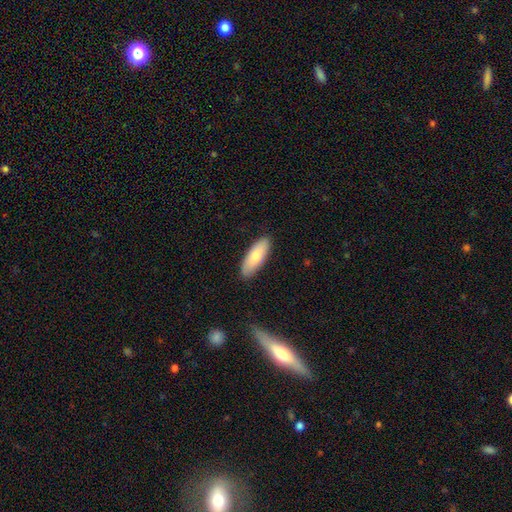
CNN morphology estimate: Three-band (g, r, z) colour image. It shows a smooth galaxy with no disk features (79%) that is in between round and cigar-shaped (69%). Merging: none (87%).